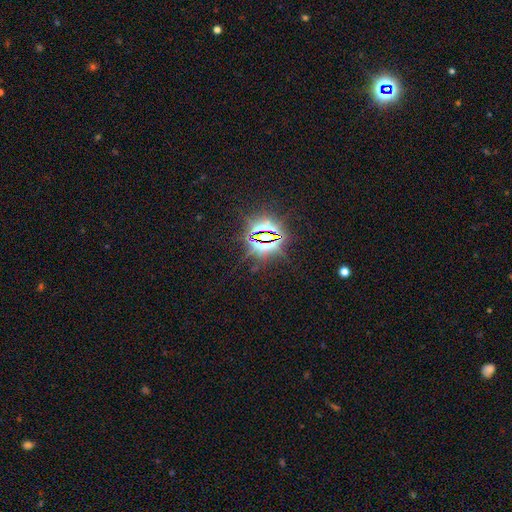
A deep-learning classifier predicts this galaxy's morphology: type=star or artifact (83%).